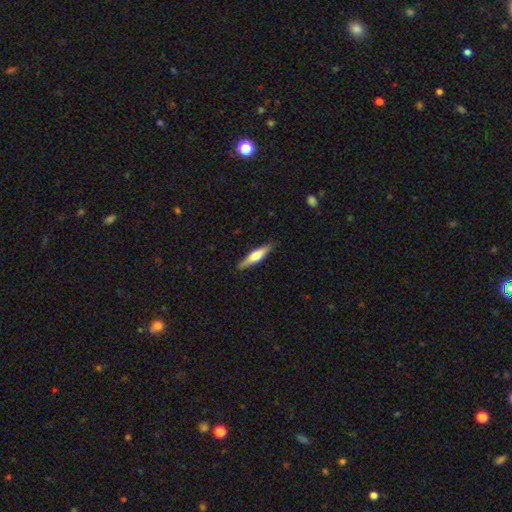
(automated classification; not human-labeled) smooth-or-featured: featured or disk: 47% (tied) | smooth: 47% (tied) | star or artifact: 5%
  merging: none: 88% | minor disturbance: 9% | major disturbance: 2% | merger: 1%